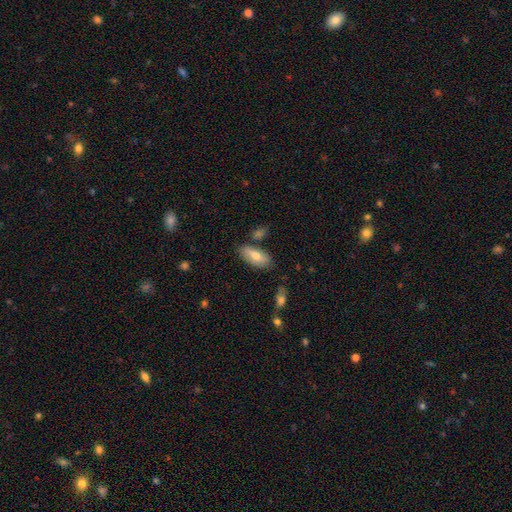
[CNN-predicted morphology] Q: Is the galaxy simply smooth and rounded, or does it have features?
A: smooth — 71%.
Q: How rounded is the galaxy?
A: in between — 85%.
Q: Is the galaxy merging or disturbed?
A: none — 73%.